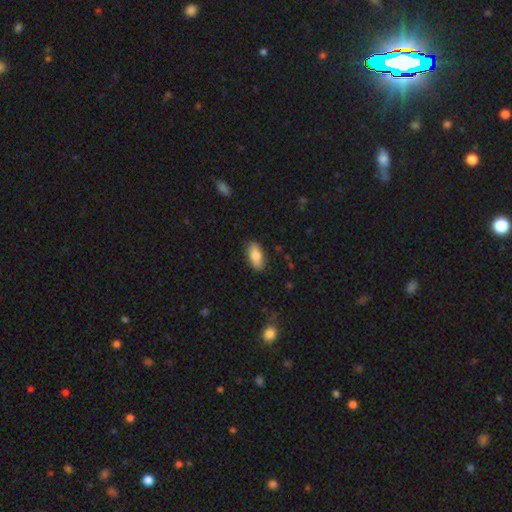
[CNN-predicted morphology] A smooth galaxy with no disk features (81%) that is in between round and cigar-shaped (87%). Merging: none (87%).